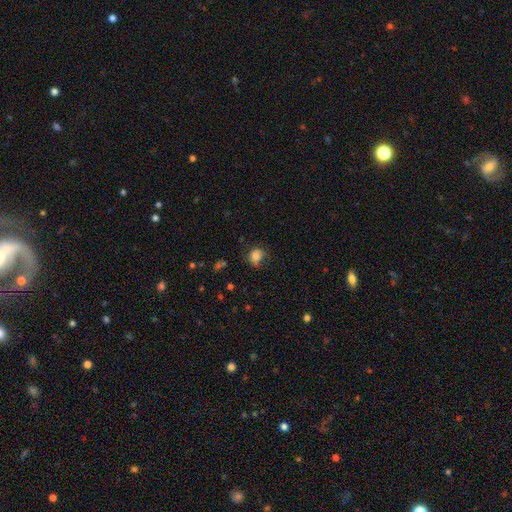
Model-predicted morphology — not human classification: Overall: smooth (79%). How rounded: round (60%; in between 39%). Merging: none (60%; minor disturbance 26%).